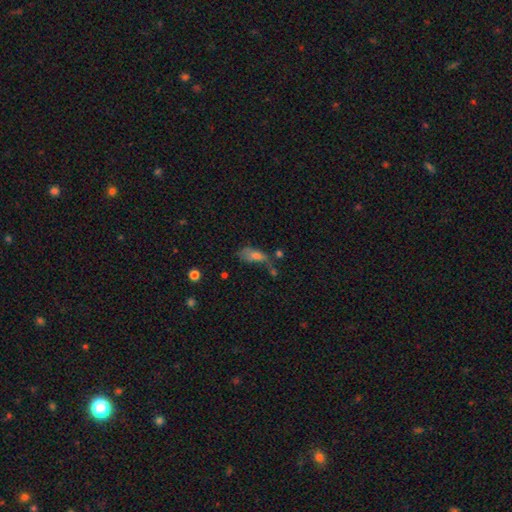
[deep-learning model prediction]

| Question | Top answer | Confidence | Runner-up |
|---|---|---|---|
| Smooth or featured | smooth | 64% | featured or disk (22%) |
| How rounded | in between | 77% | cigar-shaped (18%) |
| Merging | major disturbance | 31% | none (25%) |